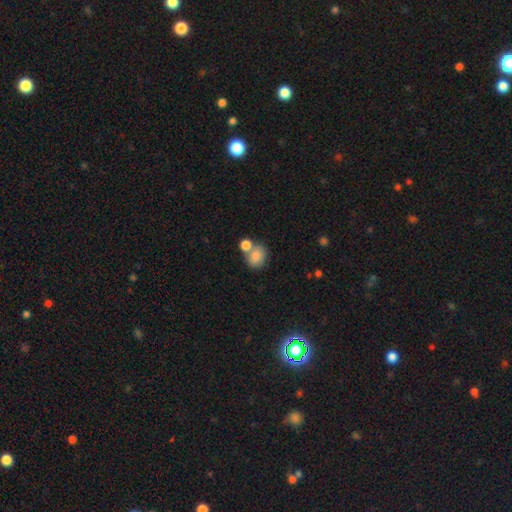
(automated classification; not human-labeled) This is clearly a smooth galaxy (82%). How rounded: possibly round (51%). Merging: possibly none (45%).